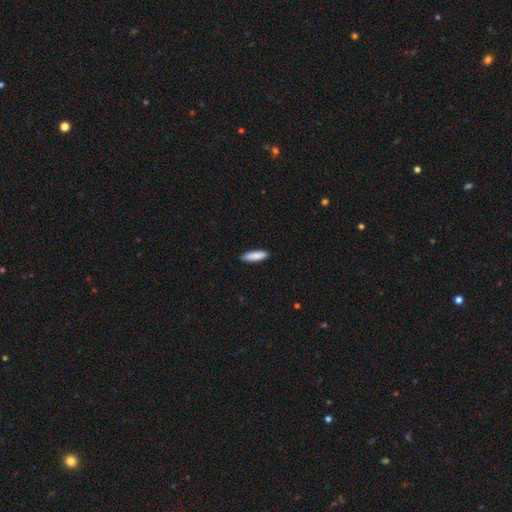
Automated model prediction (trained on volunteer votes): Smooth or featured: smooth — 87% (featured or disk — 7%)
How rounded: cigar-shaped — 57% (in between — 41%)
Merging: none — 88% (minor disturbance — 9%)